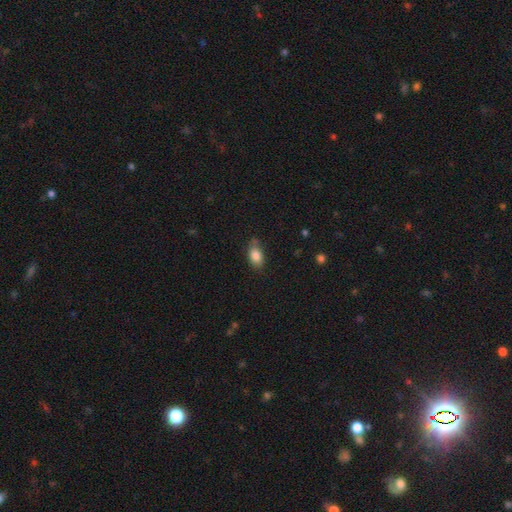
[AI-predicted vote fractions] Overall: smooth (84%). How rounded: in between (87%). Merging: none (71%).